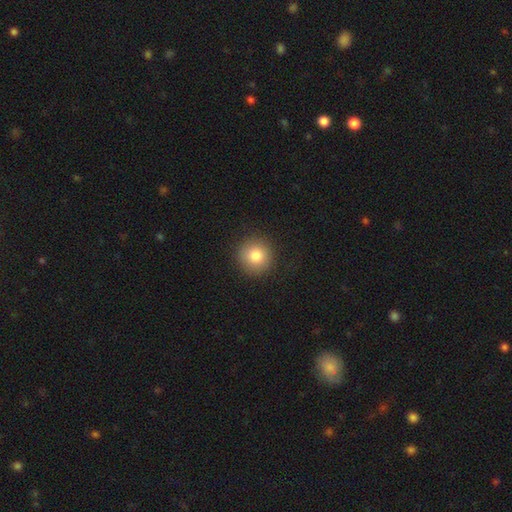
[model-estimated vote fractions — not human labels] Overall: smooth (82%). How rounded: round (94%). Merging: none (91%).